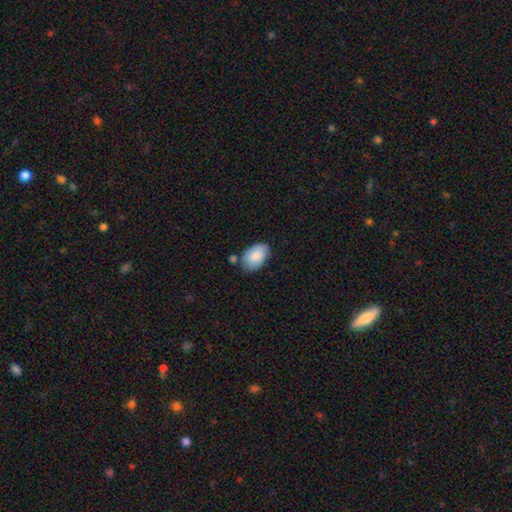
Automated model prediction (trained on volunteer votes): smooth-or-featured: smooth: 86% | featured or disk: 8% | star or artifact: 6%
  how-rounded: in between: 91% | round: 8% | cigar-shaped: 1%
  merging: none: 71% | minor disturbance: 19% | merger: 7% | major disturbance: 4%